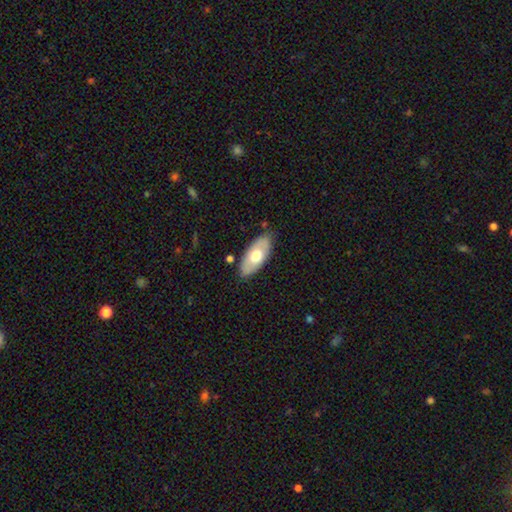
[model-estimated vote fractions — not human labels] Smooth or featured? Predicted: smooth (p=0.62). How rounded? Predicted: in between (p=0.90). Merging? Predicted: none (p=0.81).